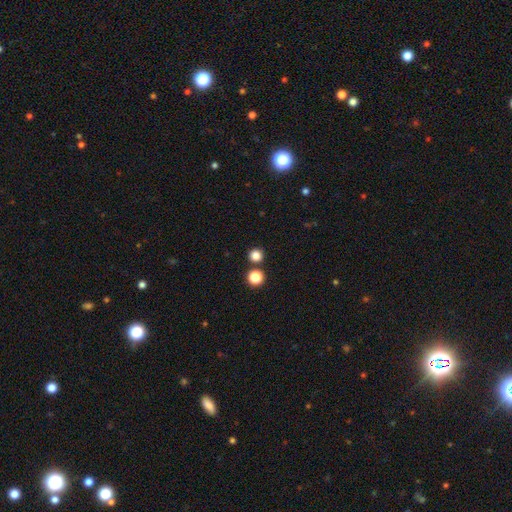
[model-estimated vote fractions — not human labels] smooth-or-featured: smooth: 81% | star or artifact: 15% | featured or disk: 4%
  how-rounded: round: 94% | in between: 5% | cigar-shaped: 1%
  merging: none: 82% | merger: 10% | minor disturbance: 6% | major disturbance: 2%